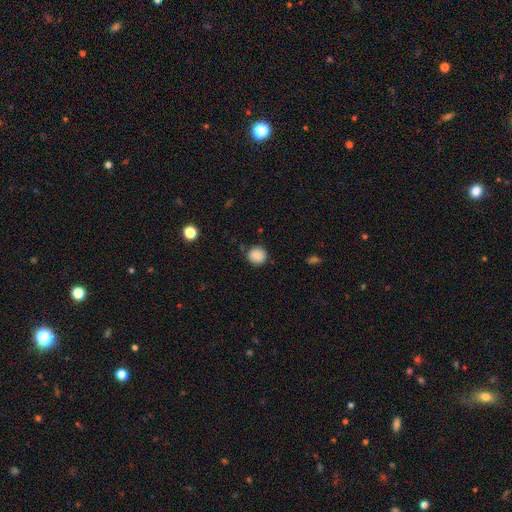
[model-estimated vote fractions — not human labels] Q: Smooth or featured?
A: smooth (86%); runner-up: star or artifact (9%)
Q: How rounded?
A: round (91%); runner-up: in between (8%)
Q: Merging?
A: none (82%); runner-up: minor disturbance (13%)